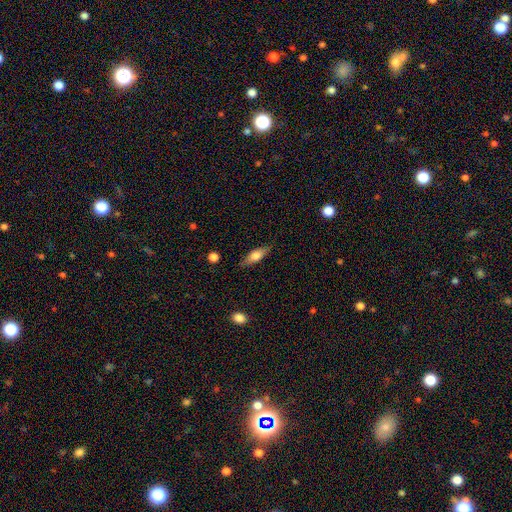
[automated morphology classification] Smooth or featured?
  - smooth: 63% *
  - featured or disk: 31%
  - star or artifact: 7%
How rounded?
  - in between: 59% *
  - cigar-shaped: 38%
  - round: 3%
Merging?
  - none: 82% *
  - minor disturbance: 13%
  - major disturbance: 3%
  - merger: 1%